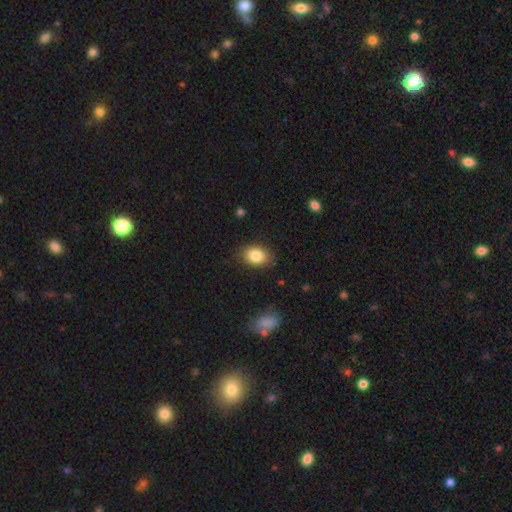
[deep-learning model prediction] A smooth galaxy with no disk features (85%) that is in between round and cigar-shaped (74%).

Vote fractions:
- Smooth or featured? smooth: 85% / star or artifact: 8% / featured or disk: 7%
- How rounded? in between: 74% / round: 25% / cigar-shaped: 1%
- Merging? none: 82% / minor disturbance: 13% / major disturbance: 3% / merger: 1%